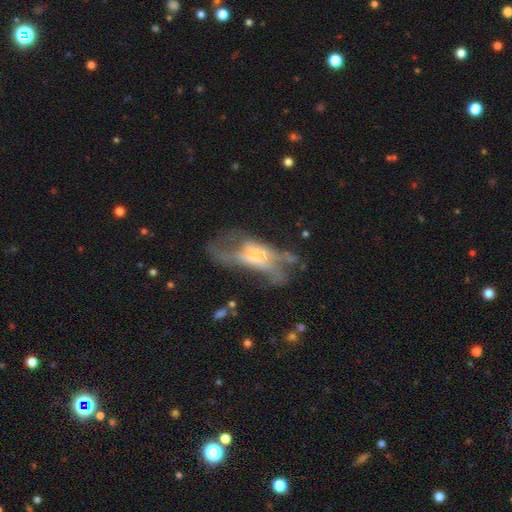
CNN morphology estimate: A featured or disk galaxy (62%).

Vote fractions:
- Smooth or featured? featured or disk: 62% / smooth: 27% / star or artifact: 11%
- Edge-on disk? no: 81% / yes: 19%
- Merging? major disturbance: 50% / none: 23% / minor disturbance: 16% / merger: 11%